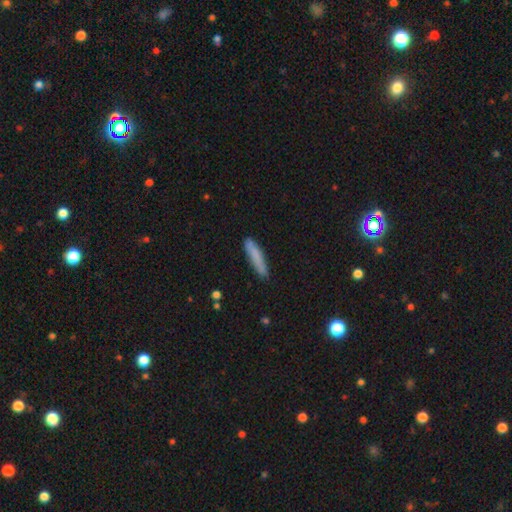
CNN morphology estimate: Q: Smooth or featured?
A: smooth (80%); runner-up: featured or disk (14%)
Q: How rounded?
A: cigar-shaped (89%); runner-up: in between (9%)
Q: Merging?
A: none (85%); runner-up: minor disturbance (12%)